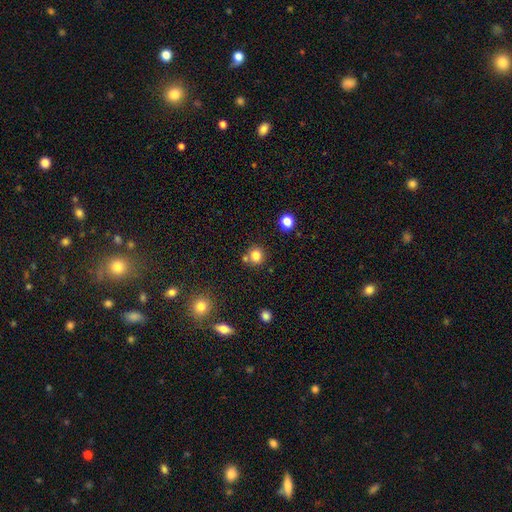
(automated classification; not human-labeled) Smooth or featured? Predicted: smooth (p=0.81). How rounded? Predicted: round (p=0.89). Merging? Predicted: none (p=0.73).